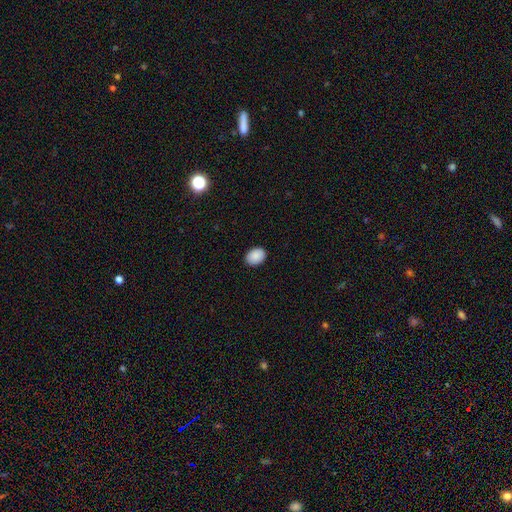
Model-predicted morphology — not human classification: Smooth or featured? smooth (89%)
How rounded? in between (67%)
Merging? none (89%)